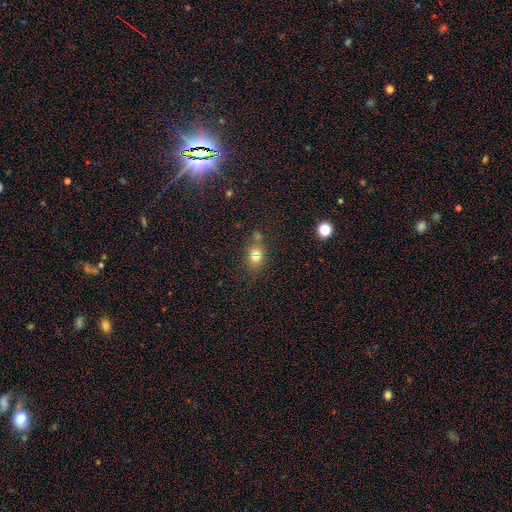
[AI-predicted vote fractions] A smooth galaxy with no disk features (63%) that is in between round and cigar-shaped (52%). Merging: none (61%).